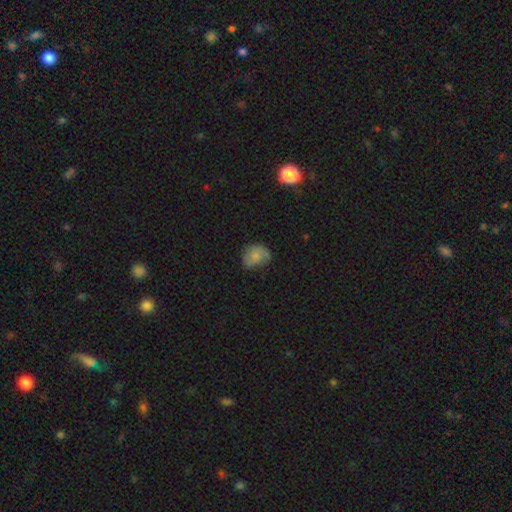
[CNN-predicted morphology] smooth_or_featured: smooth (p=0.56) [alt: featured or disk p=0.35]
how_rounded: round (p=0.50) [alt: in between p=0.49]
merging: none (p=0.59) [alt: minor disturbance p=0.29]